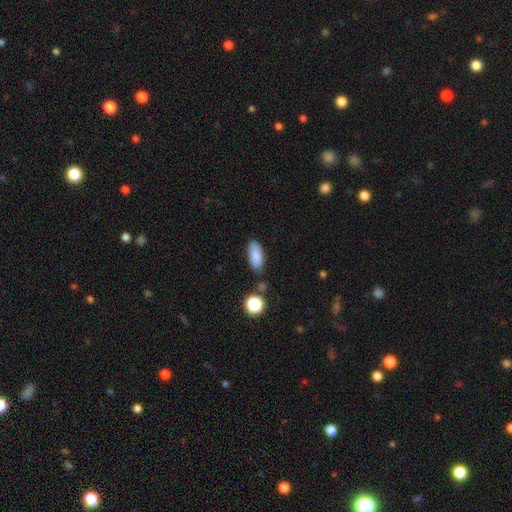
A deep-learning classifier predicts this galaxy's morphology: Smooth or featured? smooth (86%)
How rounded? in between (84%)
Merging? none (79%)